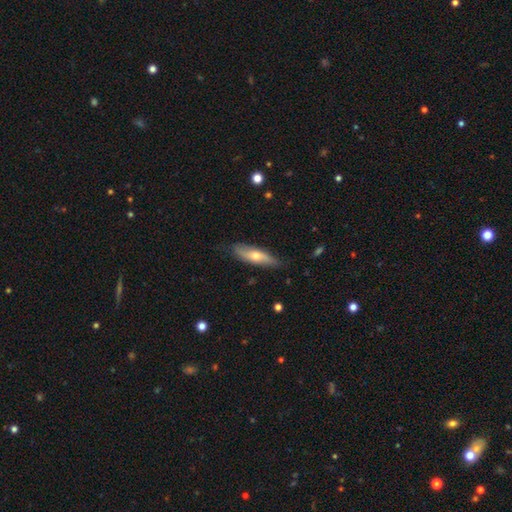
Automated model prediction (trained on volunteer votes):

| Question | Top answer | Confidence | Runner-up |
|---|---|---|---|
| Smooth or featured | smooth | 55% | featured or disk (39%) |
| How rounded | cigar-shaped | 58% | in between (40%) |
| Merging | none | 78% | minor disturbance (18%) |